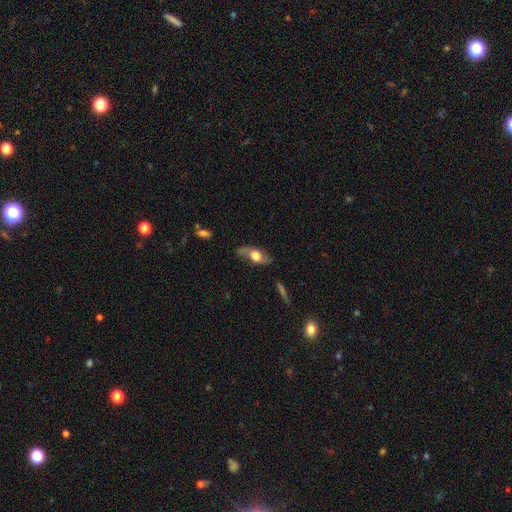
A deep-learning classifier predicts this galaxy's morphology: type=featured or disk (54%); edge-on=no (67%); merging=none (70%).